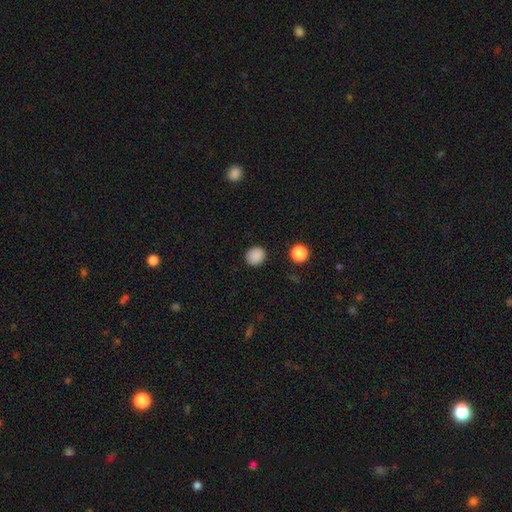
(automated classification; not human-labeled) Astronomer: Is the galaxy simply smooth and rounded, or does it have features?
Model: smooth — 87%.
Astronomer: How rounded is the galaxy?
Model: round — 79%.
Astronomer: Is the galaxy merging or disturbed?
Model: none — 89%.